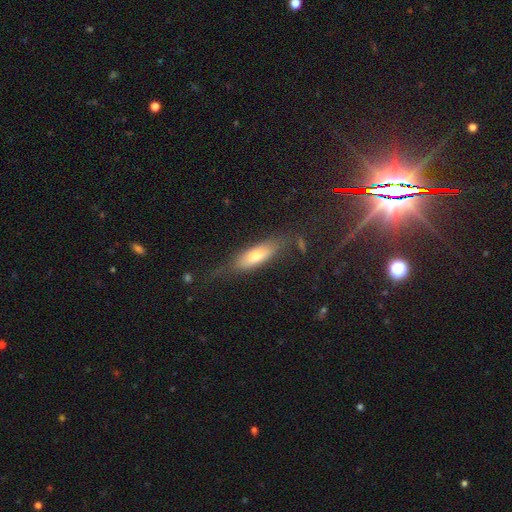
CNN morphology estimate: type=smooth (56%); roundness=cigar-shaped (53%); merging=none (63%).